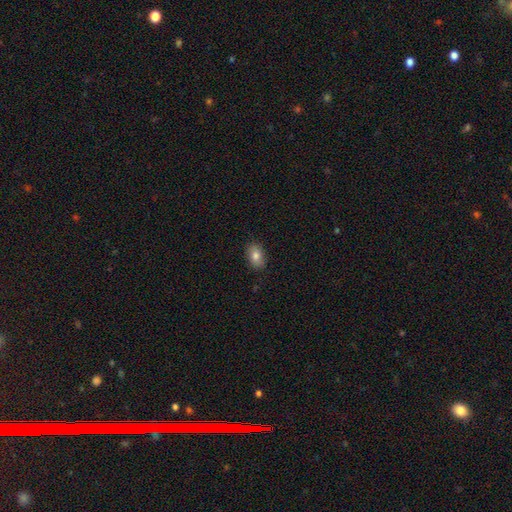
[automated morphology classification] Smooth or featured: smooth — 81% (featured or disk — 10%)
How rounded: in between — 84% (round — 14%)
Merging: none — 86% (minor disturbance — 11%)